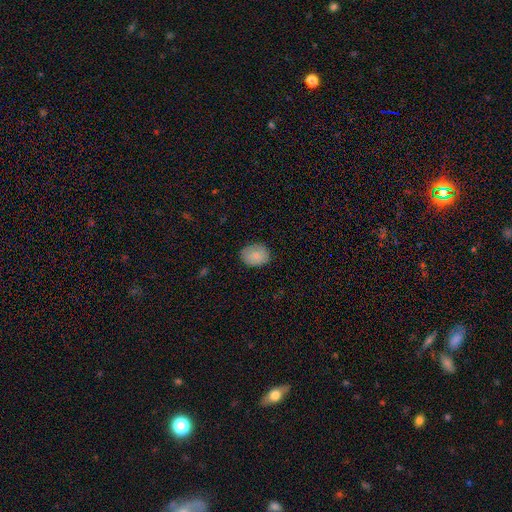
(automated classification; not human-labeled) Q: Smooth or featured?
A: smooth (85%); runner-up: featured or disk (8%)
Q: How rounded?
A: in between (55%); runner-up: round (44%)
Q: Merging?
A: none (82%); runner-up: minor disturbance (14%)